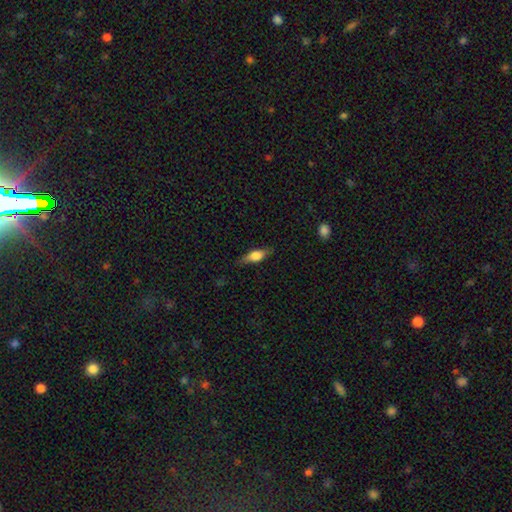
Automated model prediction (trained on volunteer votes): Q: Smooth or featured?
A: smooth (56%); runner-up: featured or disk (36%)
Q: How rounded?
A: in between (57%); runner-up: cigar-shaped (38%)
Q: Merging?
A: none (80%); runner-up: minor disturbance (15%)